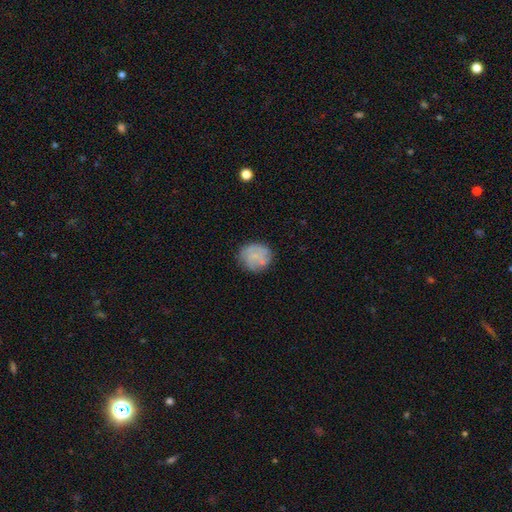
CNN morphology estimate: type=smooth (48%); merging=none (72%).